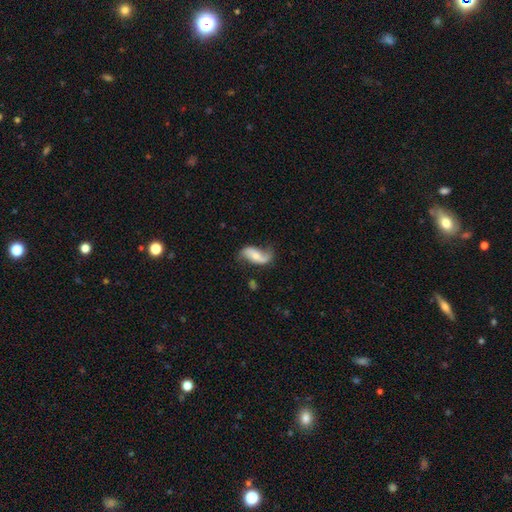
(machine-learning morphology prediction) featured or disk 70%, smooth 24%, star or artifact 6%. Down the decision tree: edge-on disk — no (94%); bar — no (51%); spiral arms — yes (91%); spiral arm count — 2 (88%); spiral winding — loose (80%); bulge size — small (45%, tied with moderate); merging — none (60%).